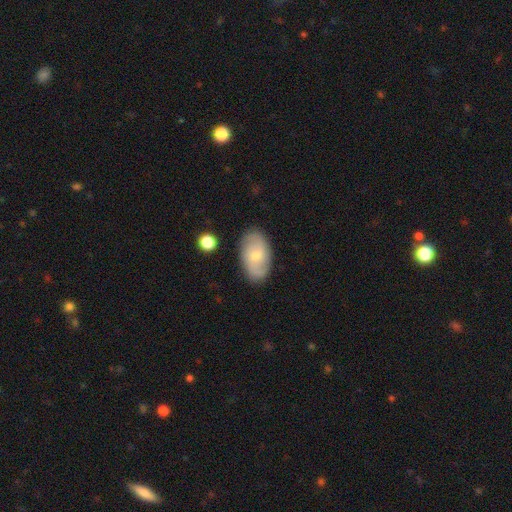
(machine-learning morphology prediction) The model was most divided on "bar": no: 54%, weak: 40%, strong: 6%. More confident: edge-on disk — no (95%); spiral arms — yes (85%); merging — none (83%); bulge size — small (58%); smooth or featured — featured or disk (56%).